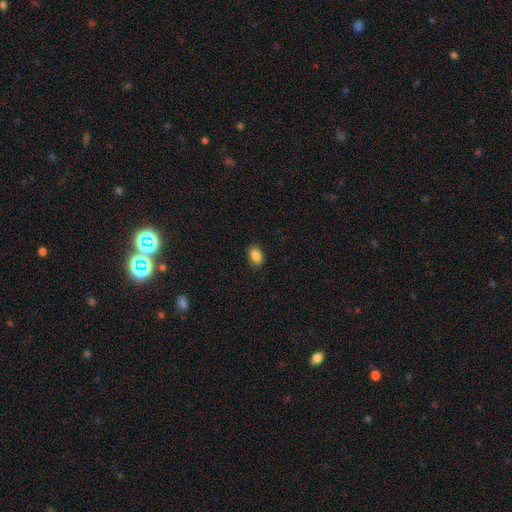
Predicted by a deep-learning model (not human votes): Smooth or featured? smooth (87%)
How rounded? in between (87%)
Merging? none (88%)